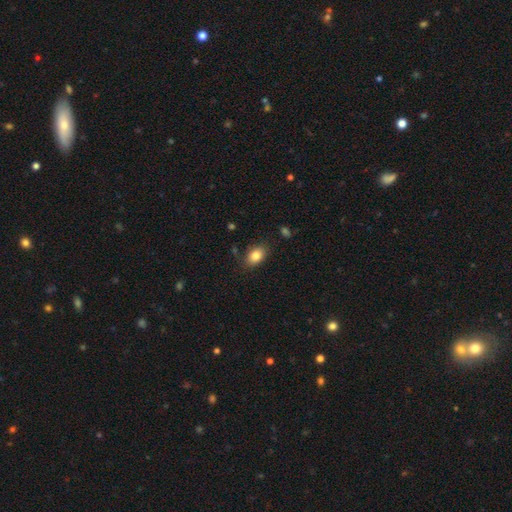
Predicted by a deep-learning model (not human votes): This is clearly a smooth galaxy (84%). How rounded: clearly in between (81%). Merging: clearly none (82%).